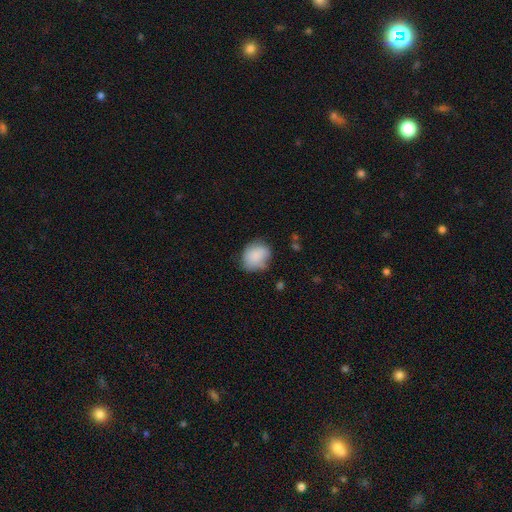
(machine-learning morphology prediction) A smooth galaxy with no disk features (85%) that is round (56%).

Vote fractions:
- Smooth or featured? smooth: 85% / star or artifact: 7% / featured or disk: 7%
- How rounded? round: 56% / in between: 43% / cigar-shaped: 1%
- Merging? none: 61% / minor disturbance: 28% / major disturbance: 7% / merger: 3%